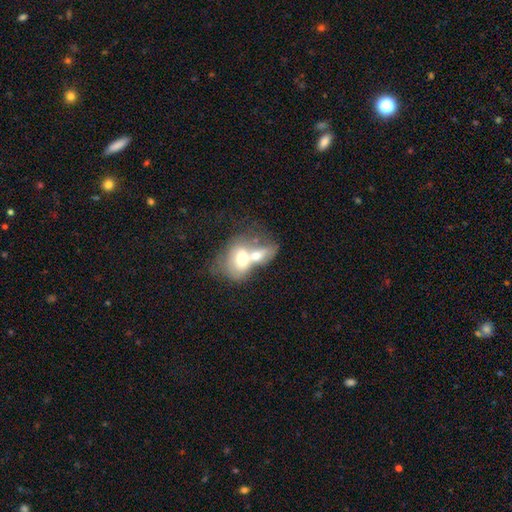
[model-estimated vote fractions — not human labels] Smooth or featured? Predicted: smooth (p=0.58). How rounded? Predicted: in between (p=0.71). Merging? Predicted: merger (p=0.79).